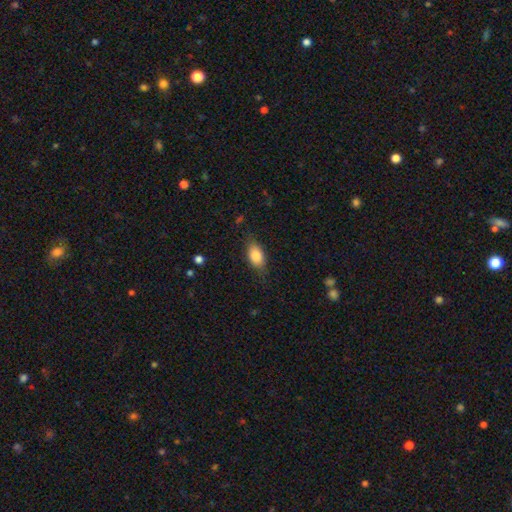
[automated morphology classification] Smooth or featured?
  - smooth: 83% *
  - featured or disk: 10%
  - star or artifact: 7%
How rounded?
  - in between: 87% *
  - round: 8%
  - cigar-shaped: 5%
Merging?
  - none: 78% *
  - minor disturbance: 17%
  - major disturbance: 4%
  - merger: 1%